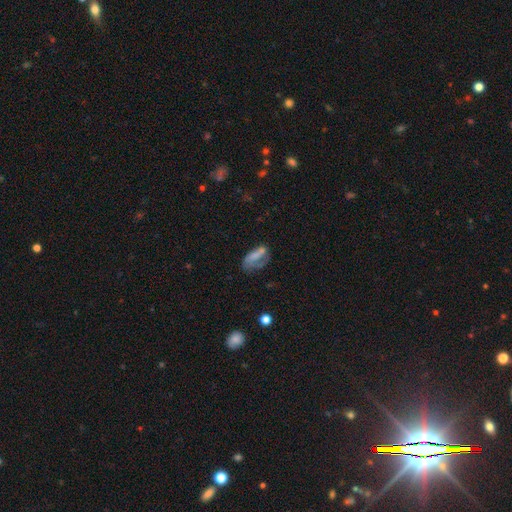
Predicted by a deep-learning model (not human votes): The model was most divided on "merging": major disturbance: 36%, none: 30%, minor disturbance: 23%, merger: 11%. More confident: how rounded — in between (82%); smooth or featured — smooth (52%).